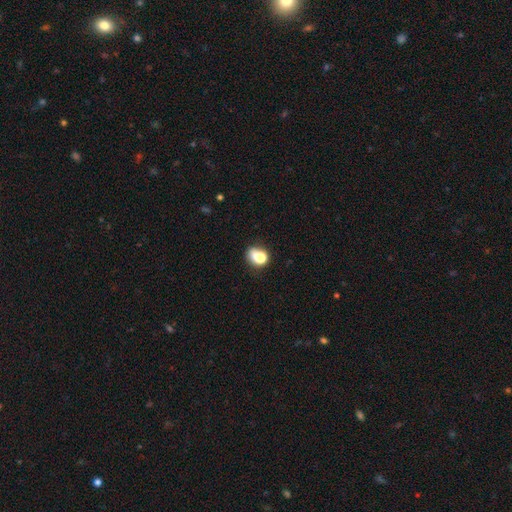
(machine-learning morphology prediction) Smooth or featured?
  - smooth: 73% *
  - featured or disk: 15%
  - star or artifact: 12%
How rounded?
  - round: 52% *
  - in between: 46%
  - cigar-shaped: 1%
Merging?
  - none: 42% *
  - minor disturbance: 24%
  - merger: 18%
  - major disturbance: 15%